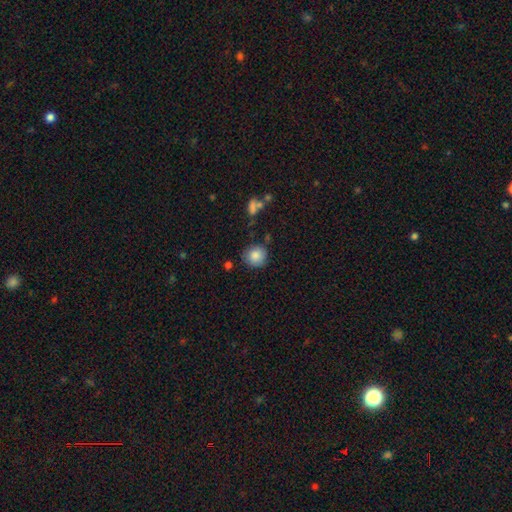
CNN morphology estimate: This appears to be a smooth galaxy with no disk features (85%) that is round (88%). Merging: none (77%).